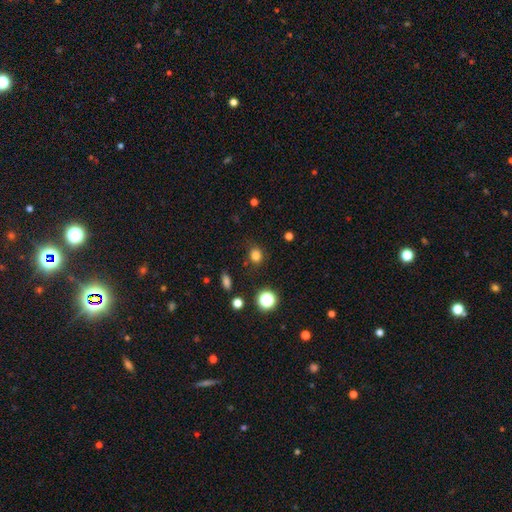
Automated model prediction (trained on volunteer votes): Smooth or featured?
  - smooth: 80% *
  - star or artifact: 15%
  - featured or disk: 4%
How rounded?
  - round: 76% *
  - in between: 23%
  - cigar-shaped: 1%
Merging?
  - none: 83% *
  - minor disturbance: 11%
  - major disturbance: 4%
  - merger: 2%